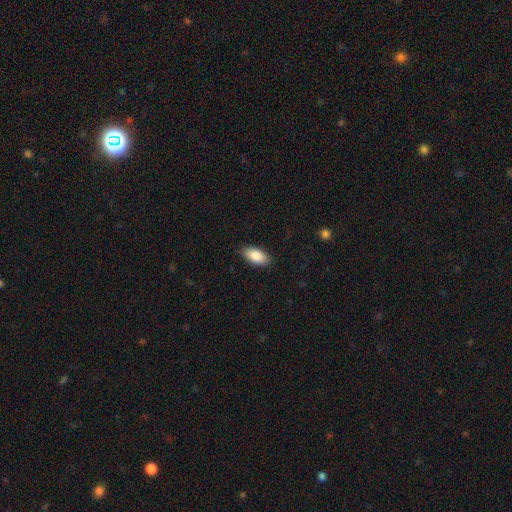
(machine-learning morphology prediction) Smooth or featured? smooth (87%)
How rounded? in between (92%)
Merging? none (86%)